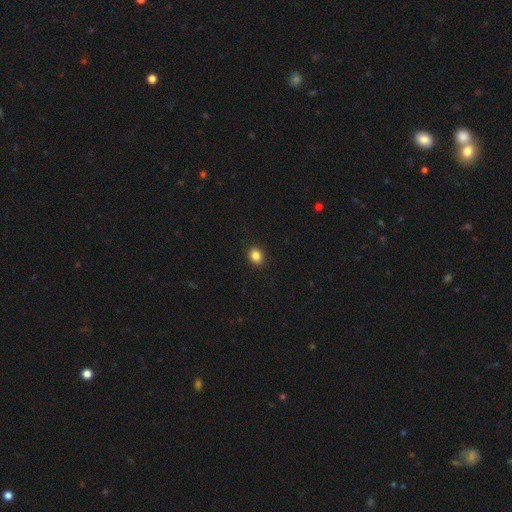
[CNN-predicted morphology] smooth_or_featured: smooth (p=0.85) [alt: star or artifact p=0.10]
how_rounded: in between (p=0.54) [alt: round p=0.45]
merging: none (p=0.90) [alt: minor disturbance p=0.07]